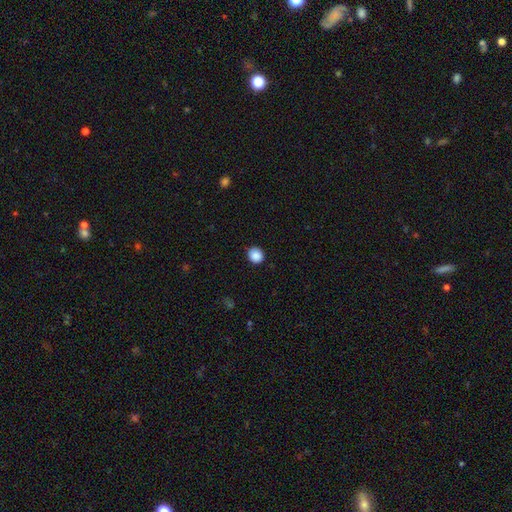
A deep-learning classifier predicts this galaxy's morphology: Smooth or featured? smooth (88%)
How rounded? round (85%)
Merging? none (88%)